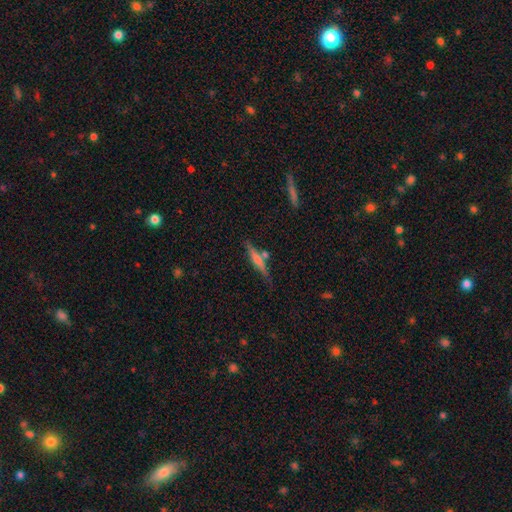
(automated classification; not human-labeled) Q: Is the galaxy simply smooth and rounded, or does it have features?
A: featured or disk — 58%.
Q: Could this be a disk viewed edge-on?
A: yes — 96%.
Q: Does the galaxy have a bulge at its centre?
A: rounded — 50%.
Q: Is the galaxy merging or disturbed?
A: none — 78%.